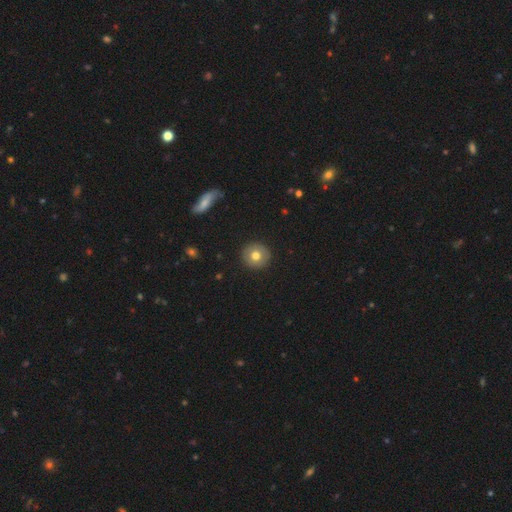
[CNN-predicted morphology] A smooth galaxy with no disk features (72%) that is round (93%).

Vote fractions:
- Smooth or featured? smooth: 72% / featured or disk: 19% / star or artifact: 8%
- How rounded? round: 93% / in between: 6% / cigar-shaped: 1%
- Merging? none: 91% / minor disturbance: 6% / major disturbance: 2% / merger: 1%